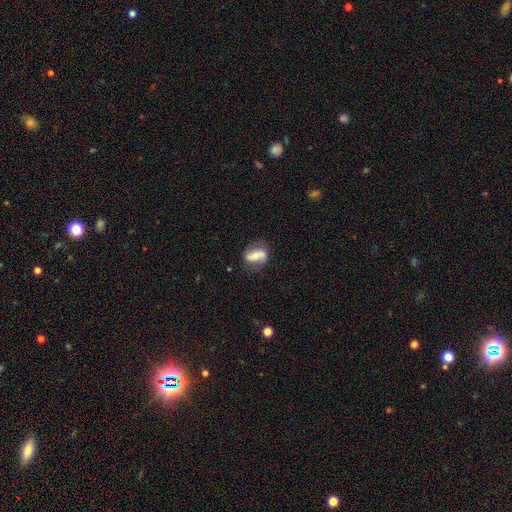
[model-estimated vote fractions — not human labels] This is possibly a featured or disk galaxy (60%). It is clearly not viewed edge-on (91%). Bar: marginally strong (44%). Spiral arm pattern: likely yes (73%). Central bulge: possibly moderate (53%). Merging: likely none (67%).